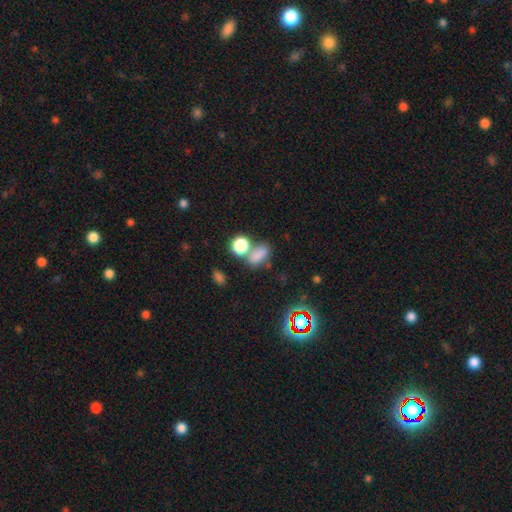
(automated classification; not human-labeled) Morphology: type=smooth (76%); roundness=in between (70%); merging=none (45%).